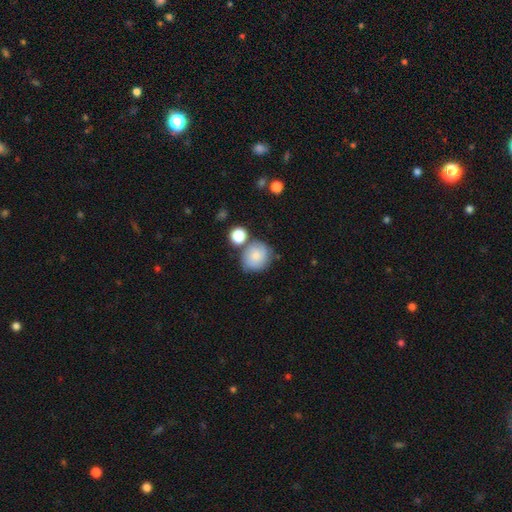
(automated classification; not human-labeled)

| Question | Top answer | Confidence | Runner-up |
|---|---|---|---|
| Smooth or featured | smooth | 77% | featured or disk (15%) |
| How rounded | round | 83% | in between (16%) |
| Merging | none | 60% | minor disturbance (19%) |